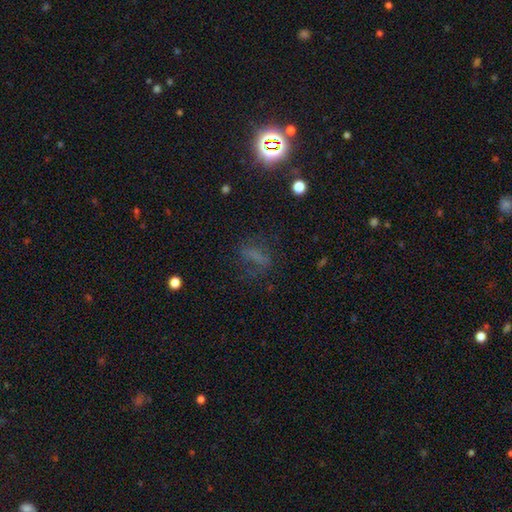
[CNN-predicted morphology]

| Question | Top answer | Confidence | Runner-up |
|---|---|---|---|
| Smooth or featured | smooth | 46% | star or artifact (31%) |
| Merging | none | 60% | major disturbance (19%) |